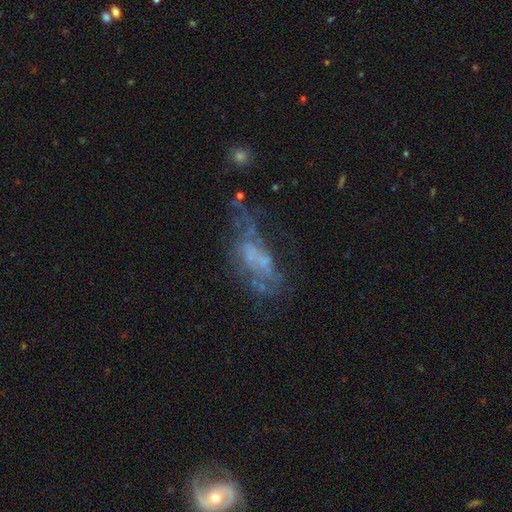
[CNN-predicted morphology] A featured or disk galaxy (54%).

Vote fractions:
- Smooth or featured? featured or disk: 54% / smooth: 26% / star or artifact: 20%
- Edge-on disk? no: 88% / yes: 12%
- Merging? none: 38% / major disturbance: 31% / minor disturbance: 20% / merger: 11%